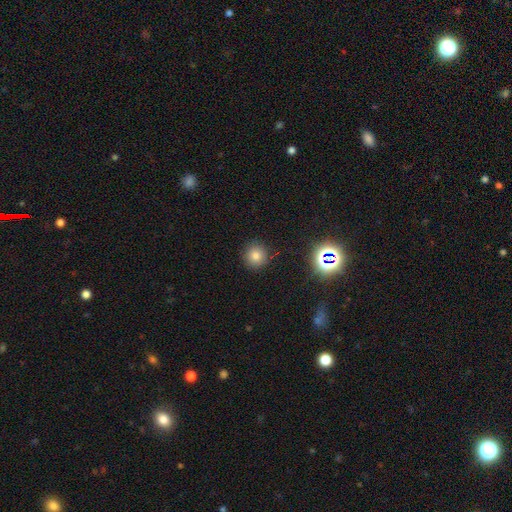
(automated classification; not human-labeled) Smooth or featured: smooth — 77% (star or artifact — 16%)
How rounded: round — 92% (in between — 7%)
Merging: none — 89% (minor disturbance — 7%)